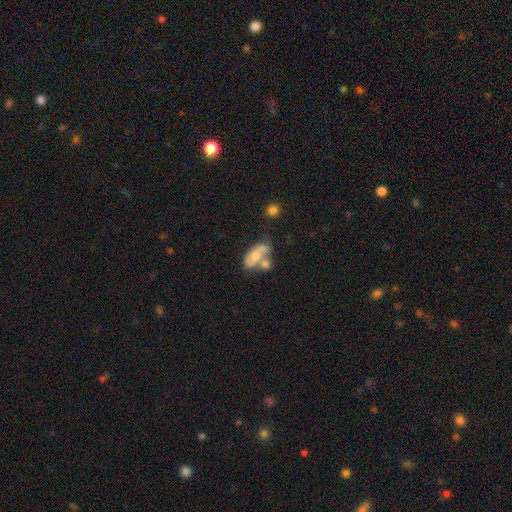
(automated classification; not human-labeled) Q: Smooth or featured?
A: smooth (48%); runner-up: featured or disk (44%)
Q: Merging?
A: merger (48%); runner-up: none (24%)